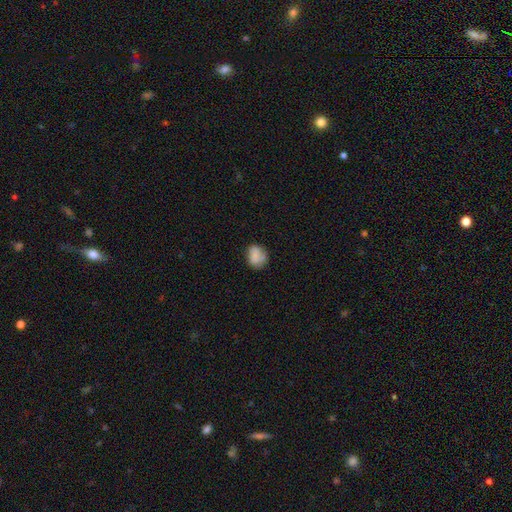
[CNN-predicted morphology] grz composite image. It shows a smooth galaxy with no disk features (73%) that is round (57%). Merging: none (63%).